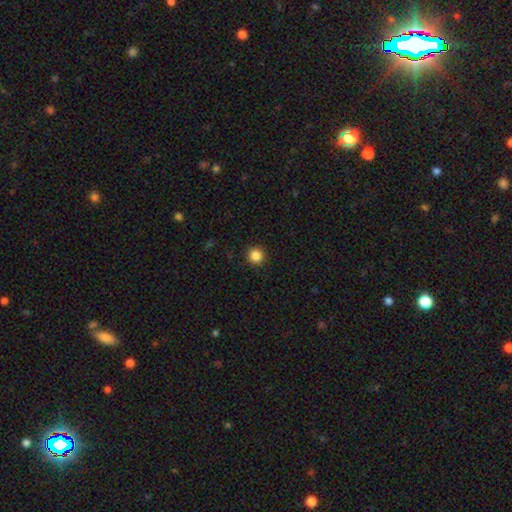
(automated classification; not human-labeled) Smooth or featured? smooth (85%)
How rounded? round (95%)
Merging? none (92%)